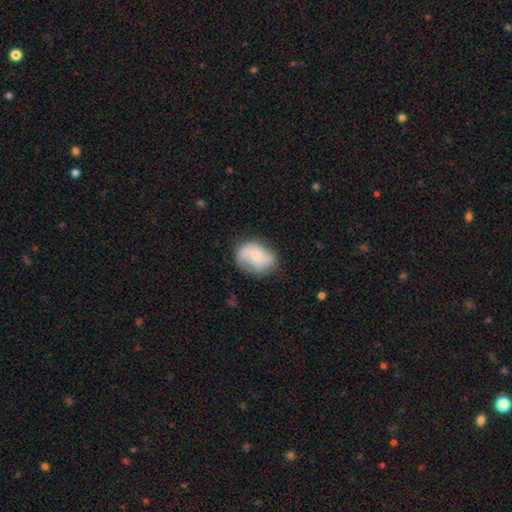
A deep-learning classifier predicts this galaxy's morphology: smooth_or_featured: smooth (p=0.52) [alt: featured or disk p=0.40]
how_rounded: in between (p=0.63) [alt: round p=0.36]
merging: none (p=0.61) [alt: minor disturbance p=0.27]